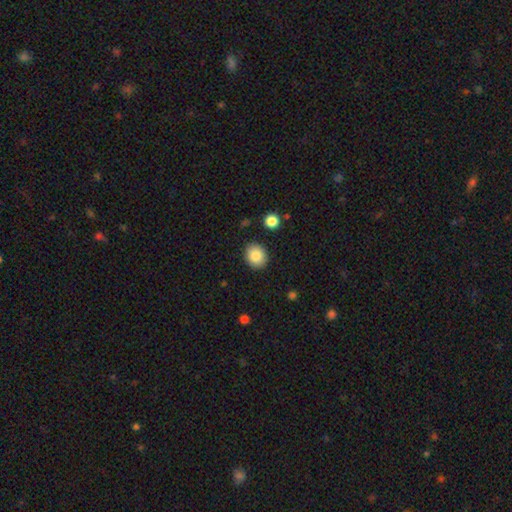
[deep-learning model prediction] This is clearly a smooth galaxy (84%). How rounded: likely round (66%). Merging: clearly none (89%).